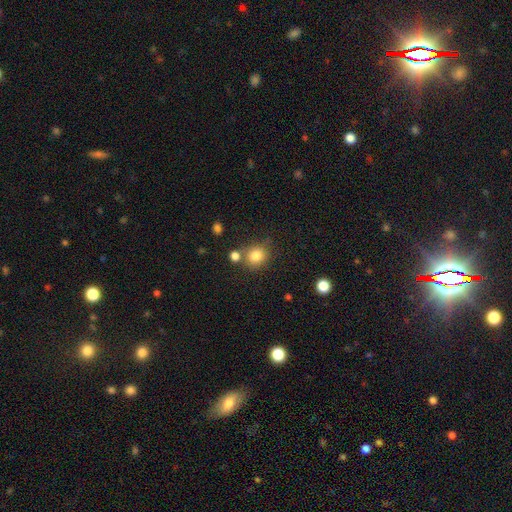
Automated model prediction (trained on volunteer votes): Smooth or featured? Predicted: smooth (p=0.82). How rounded? Predicted: round (p=0.81). Merging? Predicted: none (p=0.69).